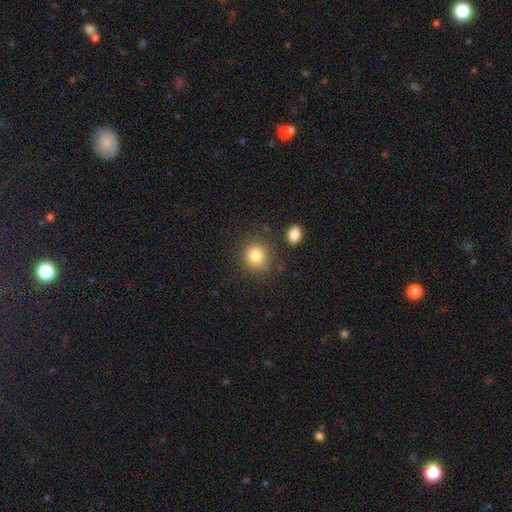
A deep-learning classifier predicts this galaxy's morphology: This appears to be a smooth galaxy with no disk features (82%) that is round (81%). Merging: none (81%).